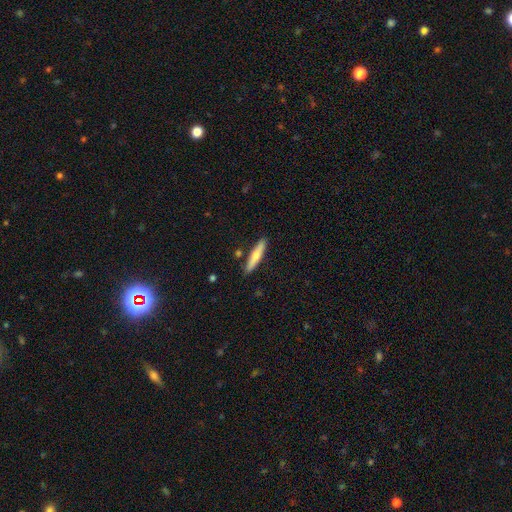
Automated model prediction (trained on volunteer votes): Q: Smooth or featured?
A: smooth (65%); runner-up: featured or disk (29%)
Q: How rounded?
A: cigar-shaped (87%); runner-up: in between (11%)
Q: Merging?
A: none (86%); runner-up: minor disturbance (9%)